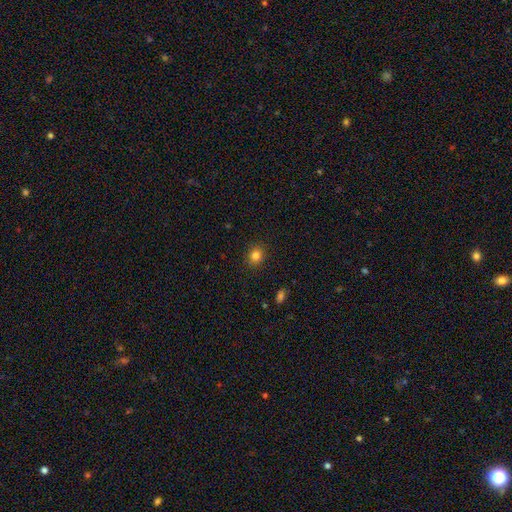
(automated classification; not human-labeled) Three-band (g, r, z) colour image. It shows a smooth galaxy with no disk features (82%) that is round (75%). Merging: none (89%).